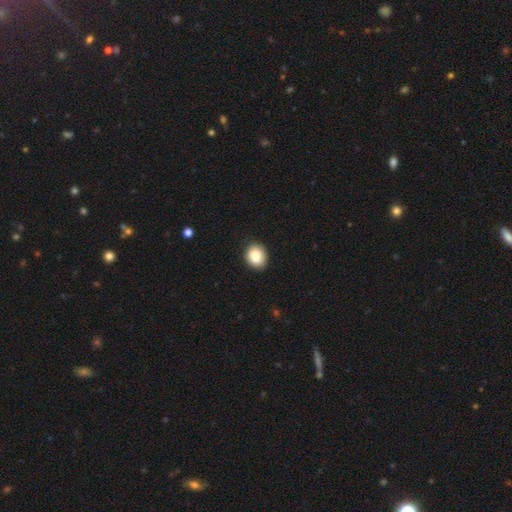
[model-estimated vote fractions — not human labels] smooth_or_featured: smooth (p=0.88) [alt: star or artifact p=0.08]
how_rounded: round (p=0.56) [alt: in between p=0.43]
merging: none (p=0.87) [alt: minor disturbance p=0.10]